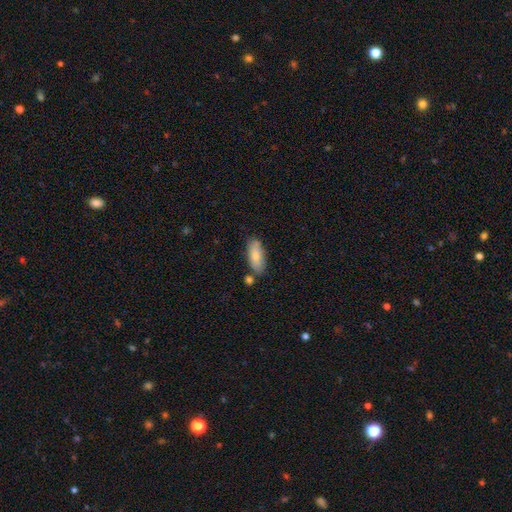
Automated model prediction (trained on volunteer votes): smooth 80%, featured or disk 14%, star or artifact 6%. Down the decision tree: how rounded — in between (79%); merging — none (74%).